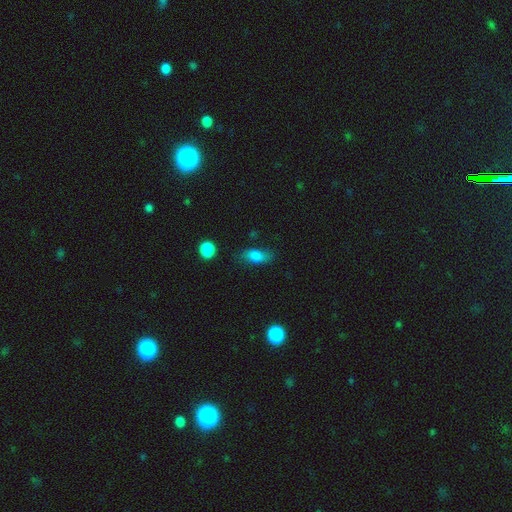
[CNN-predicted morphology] Overall: smooth (75%). How rounded: in between (79%). Merging: none (70%).